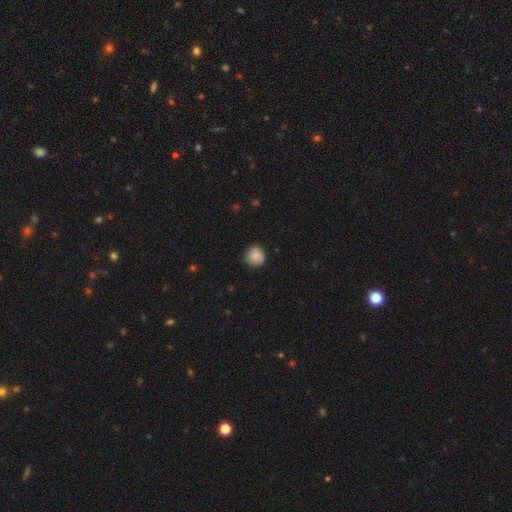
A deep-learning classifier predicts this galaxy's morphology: A smooth galaxy with no disk features (82%) that is round (89%). Merging: none (82%).